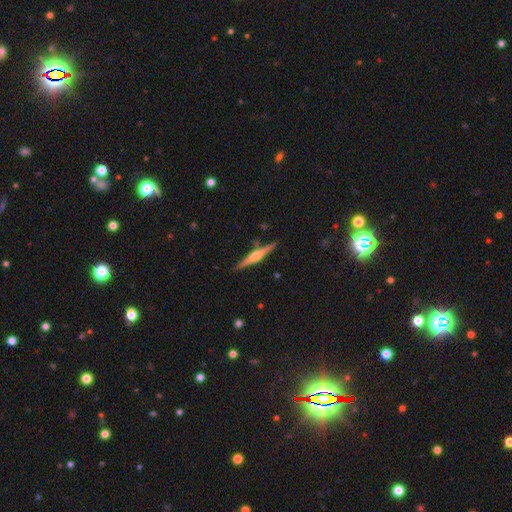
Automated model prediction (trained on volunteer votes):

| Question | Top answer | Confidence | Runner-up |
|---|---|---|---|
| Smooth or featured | featured or disk | 73% | smooth (22%) |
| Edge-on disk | yes | 98% | no (2%) |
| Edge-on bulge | rounded | 86% | boxy (8%) |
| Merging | none | 87% | minor disturbance (9%) |